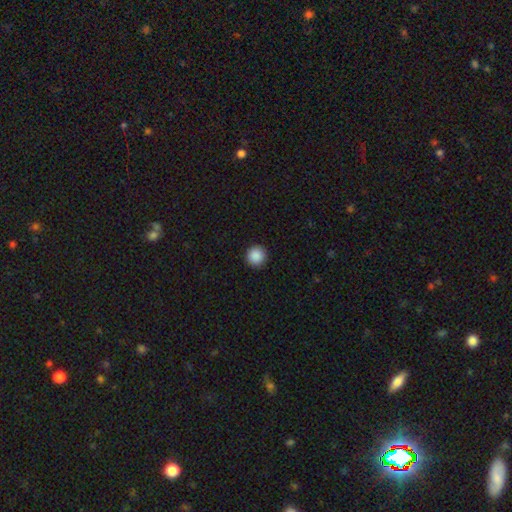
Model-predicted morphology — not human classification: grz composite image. It shows a smooth galaxy with no disk features (89%) that is round (95%). Merging: none (93%).